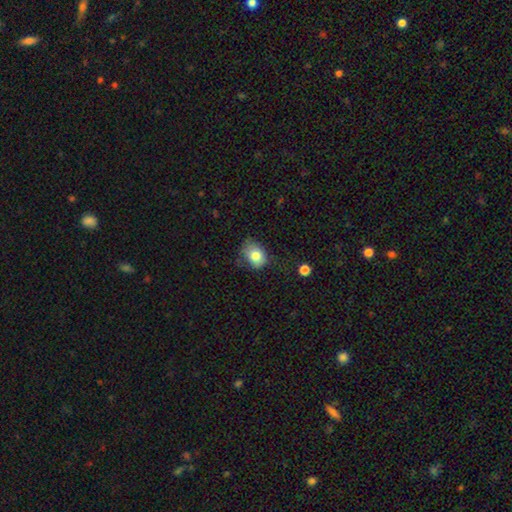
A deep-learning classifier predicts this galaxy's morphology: This is likely a smooth galaxy (78%). How rounded: likely in between (62%). Merging: possibly none (51%).